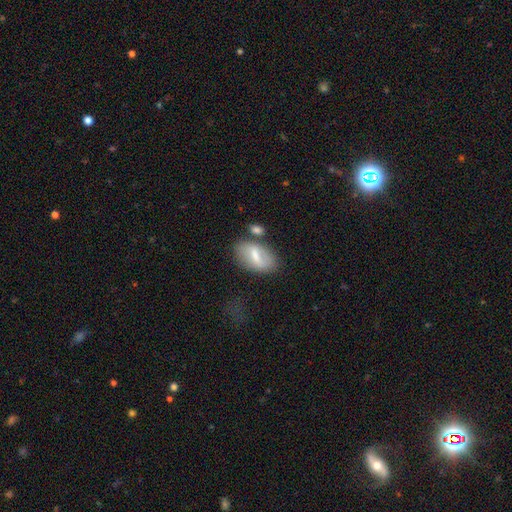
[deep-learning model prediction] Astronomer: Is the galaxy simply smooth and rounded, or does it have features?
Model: smooth — 57% (runner-up: featured or disk, 36%).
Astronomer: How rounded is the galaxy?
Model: in between — 90%.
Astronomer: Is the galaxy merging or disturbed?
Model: none — 66%.